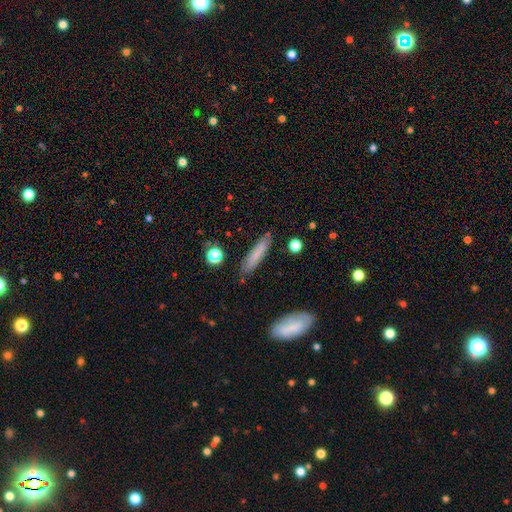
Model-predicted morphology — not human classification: Smooth or featured? smooth (75%)
How rounded? cigar-shaped (83%)
Merging? none (83%)